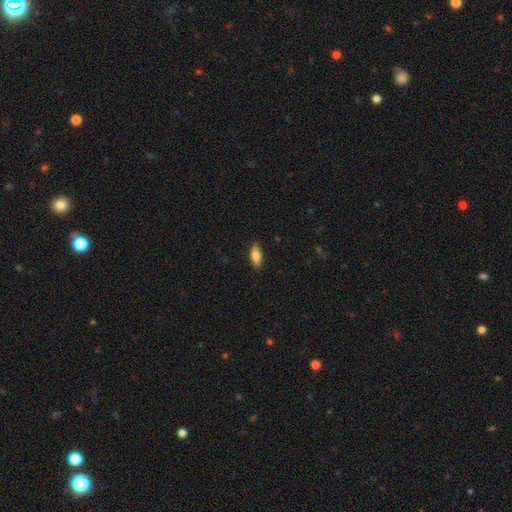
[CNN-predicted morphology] Smooth or featured? Predicted: smooth (p=0.82). How rounded? Predicted: in between (p=0.78). Merging? Predicted: none (p=0.87).